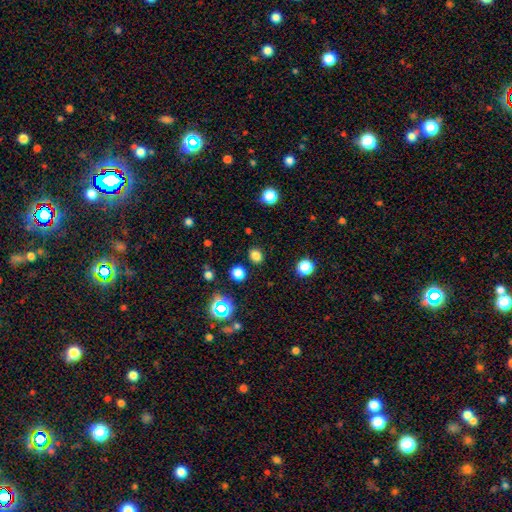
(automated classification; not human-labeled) Smooth or featured?
  - smooth: 78% *
  - star or artifact: 17%
  - featured or disk: 4%
How rounded?
  - round: 65% *
  - in between: 34%
  - cigar-shaped: 1%
Merging?
  - none: 88% *
  - minor disturbance: 7%
  - major disturbance: 3%
  - merger: 2%